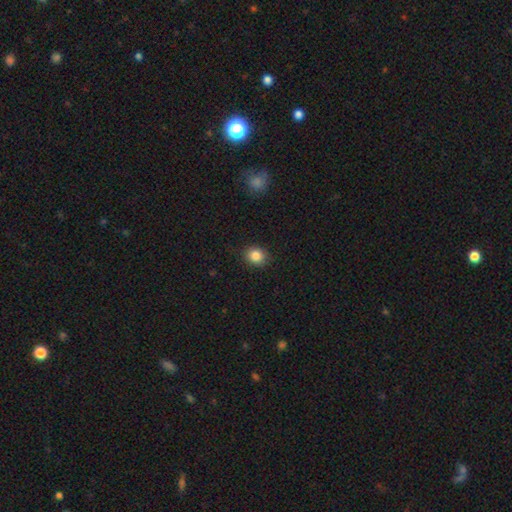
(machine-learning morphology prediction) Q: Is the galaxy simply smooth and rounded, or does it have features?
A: smooth — 85%.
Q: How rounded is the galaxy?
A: round — 74%.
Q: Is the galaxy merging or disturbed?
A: none — 88%.